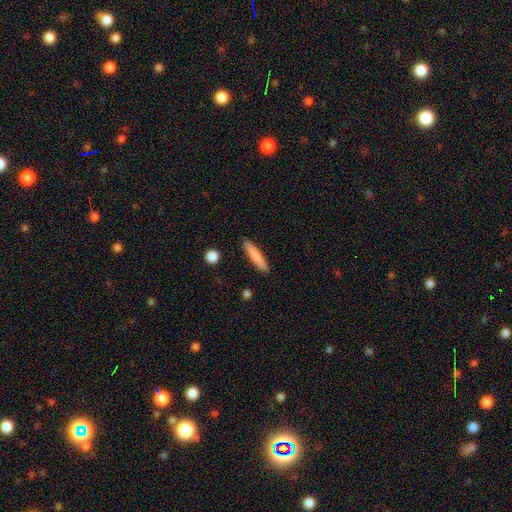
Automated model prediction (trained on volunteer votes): This appears to be a smooth galaxy with no disk features (80%) that is cigar-shaped (88%). Merging: none (89%).